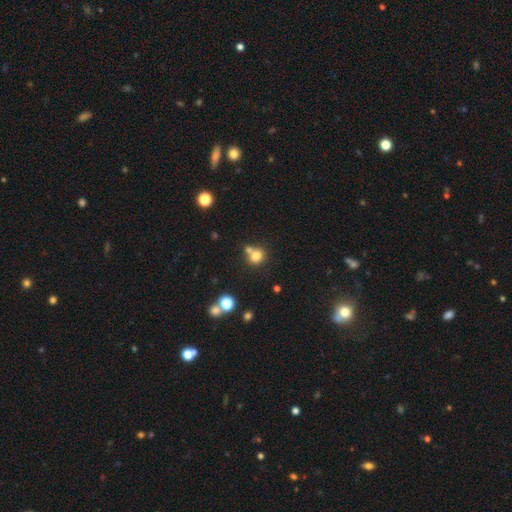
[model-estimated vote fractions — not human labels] Morphology: type=smooth (78%); roundness=round (80%); merging=none (53%).